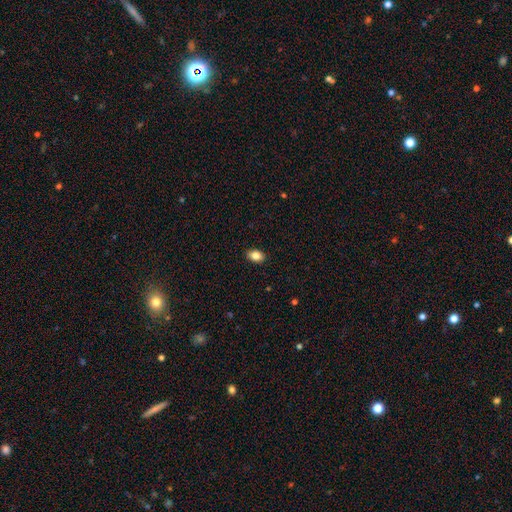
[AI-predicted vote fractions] Smooth or featured? smooth (86%)
How rounded? in between (86%)
Merging? none (90%)